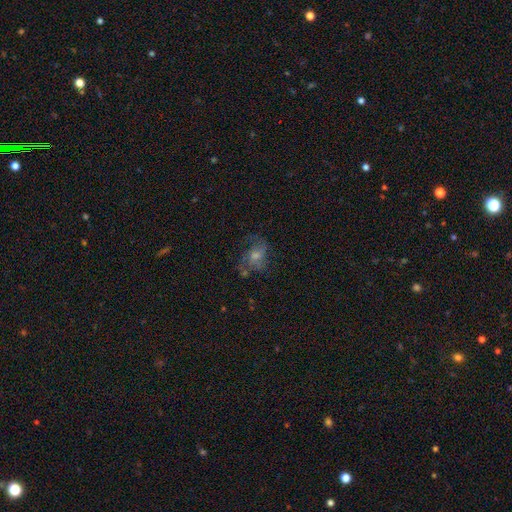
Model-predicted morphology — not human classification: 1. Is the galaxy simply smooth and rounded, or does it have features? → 64% featured or disk, 19% smooth, 17% star or artifact.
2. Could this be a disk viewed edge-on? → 97% no, 3% yes.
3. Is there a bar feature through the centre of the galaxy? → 66% no, 29% weak, 5% strong.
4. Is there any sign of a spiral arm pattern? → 86% yes, 14% no.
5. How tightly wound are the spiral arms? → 49% medium, 32% loose, 19% tight.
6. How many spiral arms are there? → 49% 2, 22% can't tell, 16% 3, 6% 1, 4% 4, 4% more than 4.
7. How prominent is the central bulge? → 53% moderate, 34% small, 7% large, 5% none, 2% dominant.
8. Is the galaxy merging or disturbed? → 64% none, 18% minor disturbance, 15% major disturbance, 3% merger.